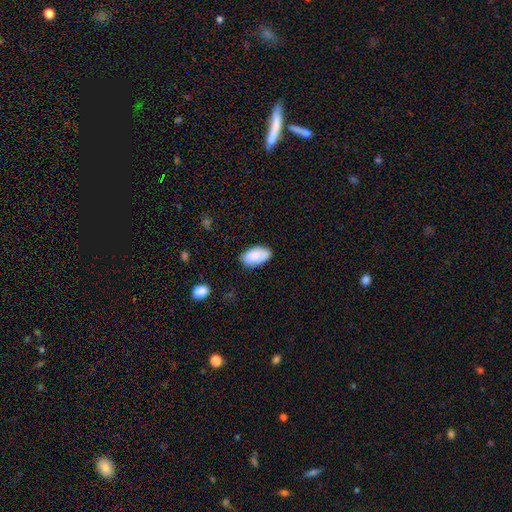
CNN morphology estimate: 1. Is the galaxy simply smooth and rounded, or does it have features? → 86% smooth, 8% featured or disk, 6% star or artifact.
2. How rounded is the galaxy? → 95% in between, 3% round, 2% cigar-shaped.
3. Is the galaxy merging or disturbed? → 81% none, 15% minor disturbance, 3% major disturbance, 1% merger.